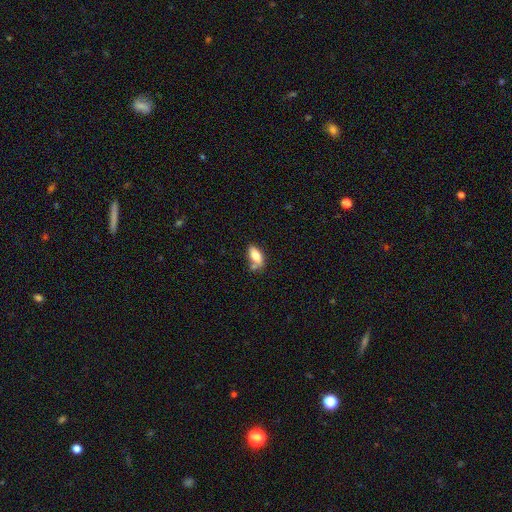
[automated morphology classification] A smooth galaxy with no disk features (76%) that is in between round and cigar-shaped (83%).

Vote fractions:
- Smooth or featured? smooth: 76% / featured or disk: 16% / star or artifact: 7%
- How rounded? in between: 83% / cigar-shaped: 14% / round: 3%
- Merging? none: 51% / minor disturbance: 22% / merger: 20% / major disturbance: 7%